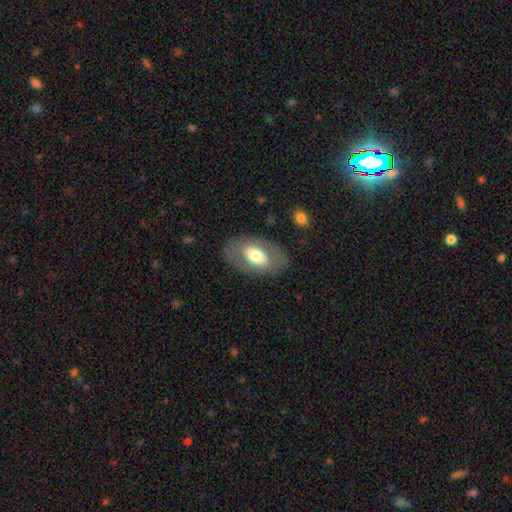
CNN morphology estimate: This appears to be a smooth galaxy with no disk features (49%). Merging: none (79%).